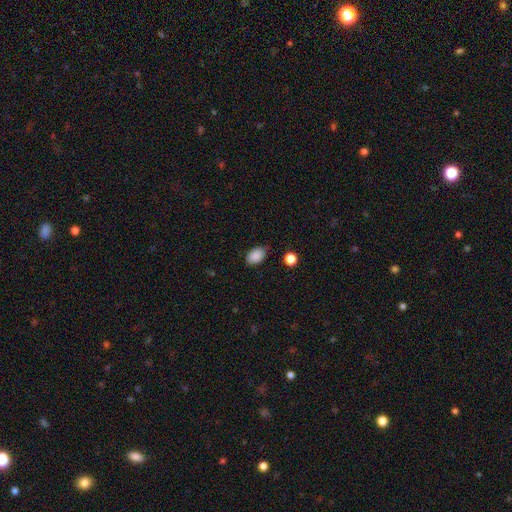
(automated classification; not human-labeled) The model was most divided on "merging": none: 81%, minor disturbance: 14%, major disturbance: 3%, merger: 2%. More confident: smooth or featured — smooth (87%); how rounded — in between (87%).